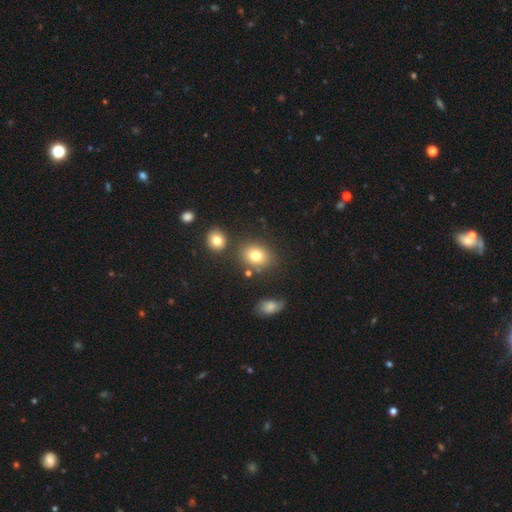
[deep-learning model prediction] A smooth galaxy with no disk features (78%) that is in between round and cigar-shaped (51%).

Vote fractions:
- Smooth or featured? smooth: 78% / star or artifact: 12% / featured or disk: 11%
- How rounded? in between: 51% / round: 48% / cigar-shaped: 1%
- Merging? none: 75% / minor disturbance: 12% / merger: 9% / major disturbance: 4%